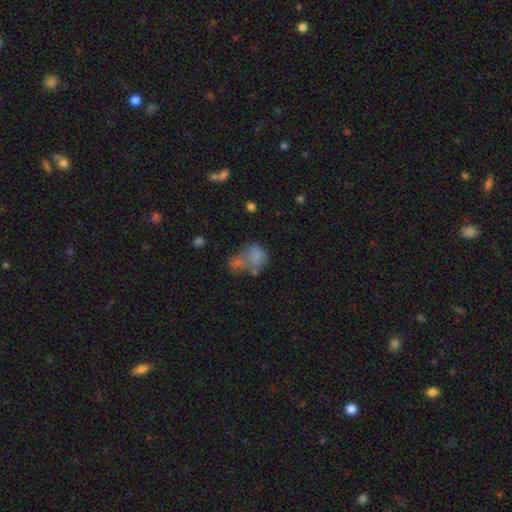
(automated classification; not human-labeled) Smooth or featured: smooth — 63% (featured or disk — 24%)
How rounded: in between — 59% (round — 40%)
Merging: merger — 37% (none — 24%)